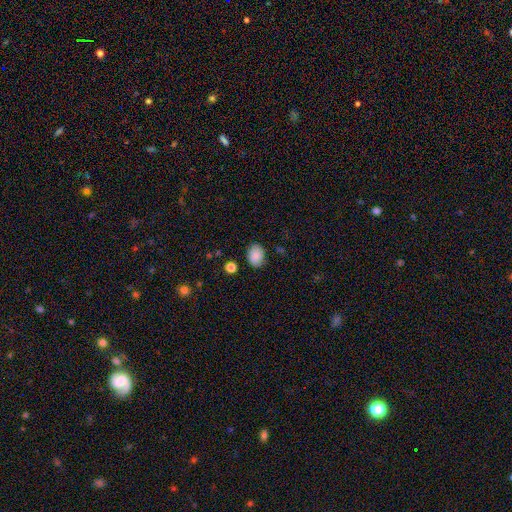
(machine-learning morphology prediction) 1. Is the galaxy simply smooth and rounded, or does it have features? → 87% smooth, 8% star or artifact, 5% featured or disk.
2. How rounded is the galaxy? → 68% in between, 31% round, 1% cigar-shaped.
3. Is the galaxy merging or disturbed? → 81% none, 14% minor disturbance, 3% major disturbance, 2% merger.